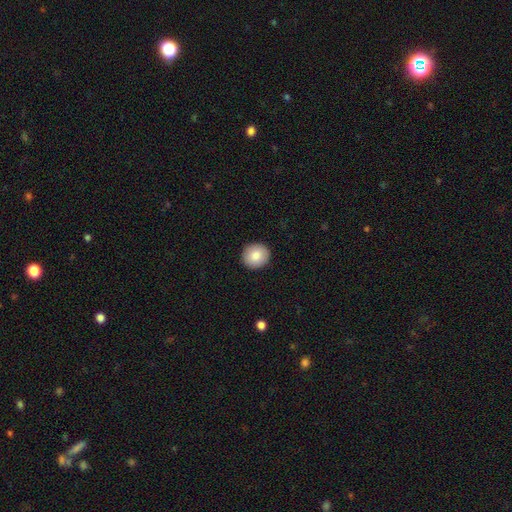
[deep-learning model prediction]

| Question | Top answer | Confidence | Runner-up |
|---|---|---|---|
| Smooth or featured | smooth | 85% | featured or disk (8%) |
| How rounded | round | 87% | in between (12%) |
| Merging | none | 92% | minor disturbance (5%) |